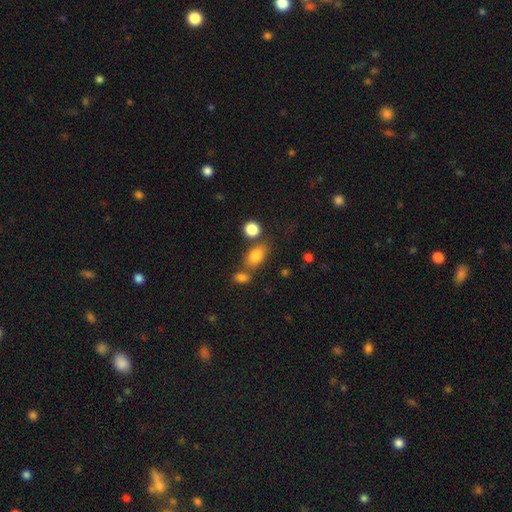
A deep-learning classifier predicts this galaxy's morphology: This is clearly a smooth galaxy (81%). How rounded: clearly in between (82%). Merging: likely none (62%).